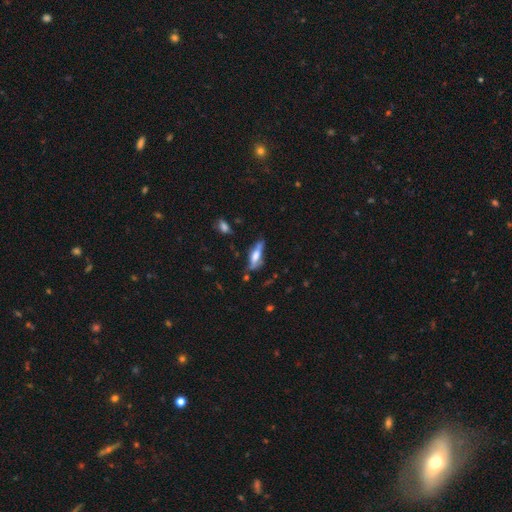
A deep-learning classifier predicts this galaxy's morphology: Overall: smooth (53%; featured or disk 40%). How rounded: cigar-shaped (57%; in between 41%). Merging: none (59%; minor disturbance 26%).